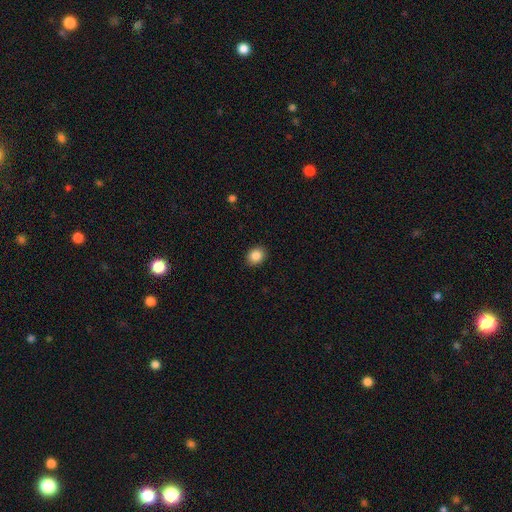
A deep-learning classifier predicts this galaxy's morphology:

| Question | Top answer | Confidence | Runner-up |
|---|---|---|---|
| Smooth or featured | smooth | 87% | star or artifact (9%) |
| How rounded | round | 52% | in between (48%) |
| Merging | none | 91% | minor disturbance (7%) |